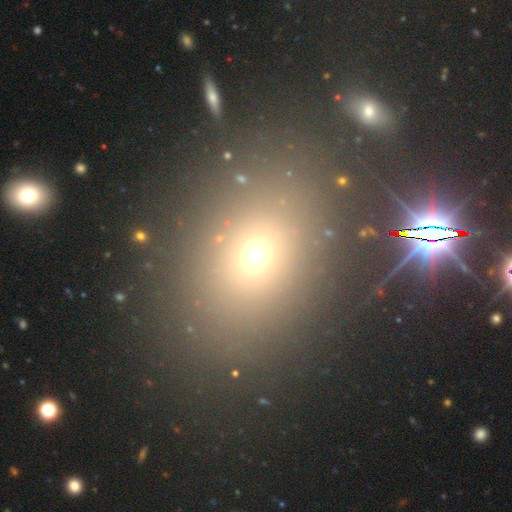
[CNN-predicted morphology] This is likely a smooth galaxy (64%). How rounded: likely in between (60%). Merging: clearly none (82%).